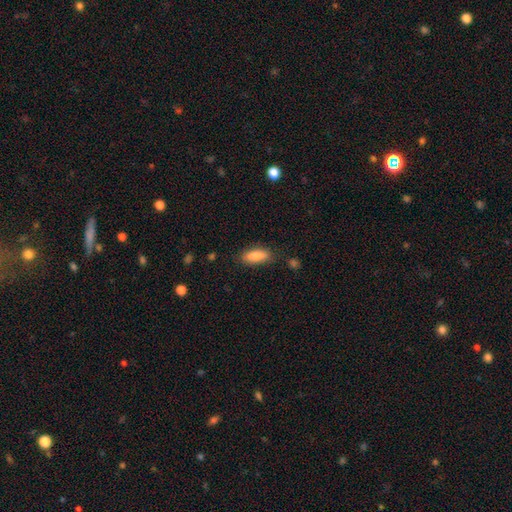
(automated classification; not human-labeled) Smooth or featured: smooth — 83% (featured or disk — 10%)
How rounded: in between — 69% (cigar-shaped — 28%)
Merging: none — 82% (minor disturbance — 13%)